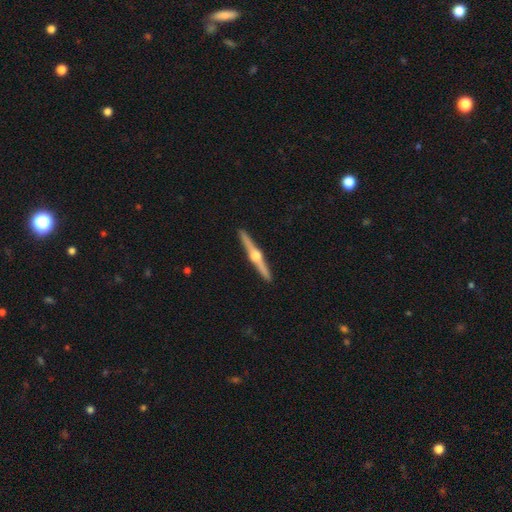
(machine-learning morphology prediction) Smooth or featured? Predicted: featured or disk (p=0.83). Edge-on disk? Predicted: yes (p=0.99). Edge-on bulge? Predicted: rounded (p=0.96). Merging? Predicted: none (p=0.93).